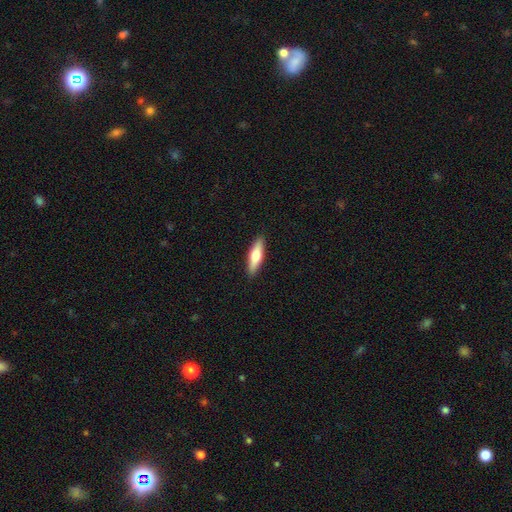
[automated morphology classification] smooth-or-featured: smooth: 63% | featured or disk: 32% | star or artifact: 5%
  how-rounded: cigar-shaped: 65% | in between: 33% | round: 2%
  merging: none: 91% | minor disturbance: 7% | major disturbance: 2% | merger: 1%